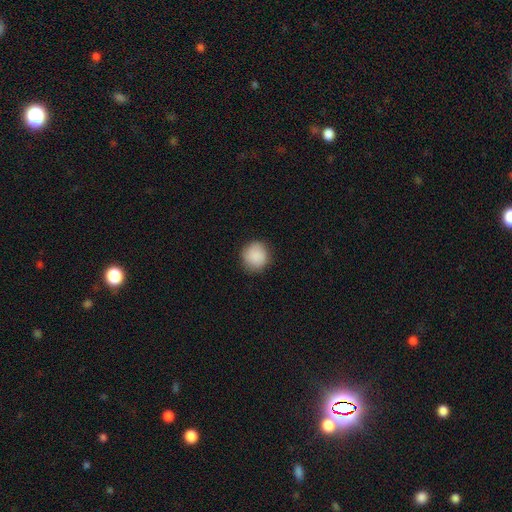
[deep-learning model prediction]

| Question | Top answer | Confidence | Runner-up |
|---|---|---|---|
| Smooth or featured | smooth | 89% | star or artifact (7%) |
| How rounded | round | 90% | in between (9%) |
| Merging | none | 87% | minor disturbance (9%) |